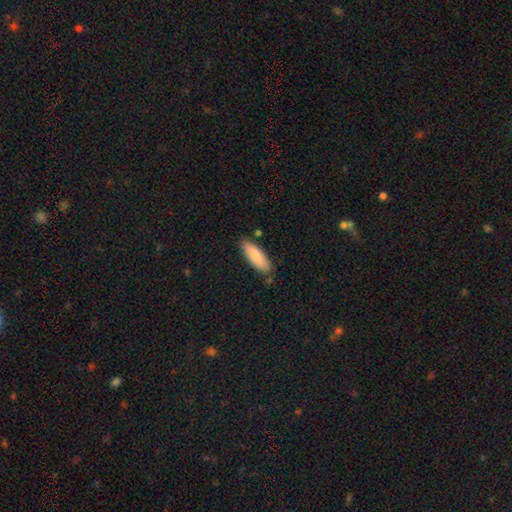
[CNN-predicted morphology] The model was most divided on "how rounded": in between: 54%, cigar-shaped: 45%, round: 1%. More confident: smooth or featured — smooth (84%); merging — none (78%).